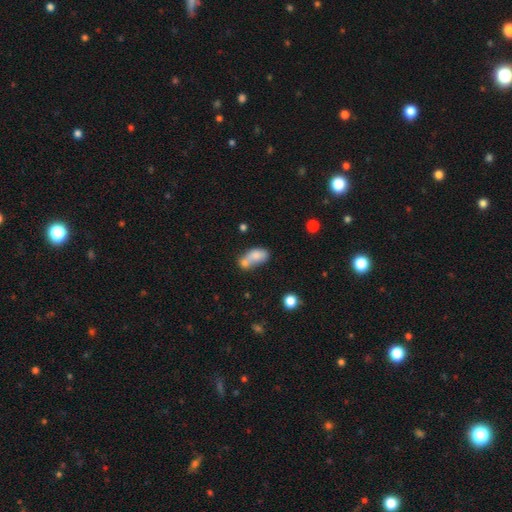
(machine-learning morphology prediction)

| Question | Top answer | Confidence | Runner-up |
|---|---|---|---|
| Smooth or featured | smooth | 75% | featured or disk (16%) |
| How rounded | in between | 84% | round (11%) |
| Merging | merger | 57% | none (23%) |